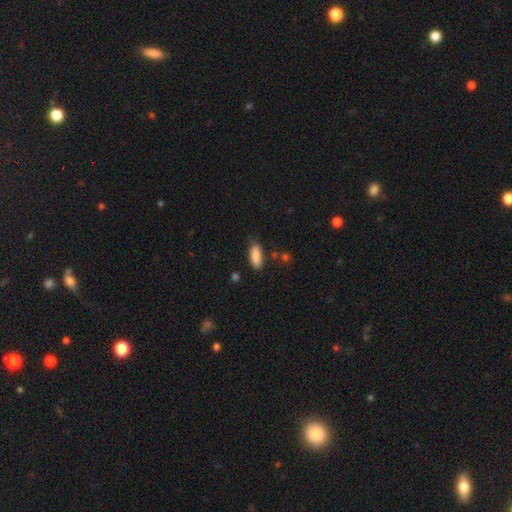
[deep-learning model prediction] A smooth galaxy with no disk features (87%) that is in between round and cigar-shaped (73%).

Vote fractions:
- Smooth or featured? smooth: 87% / star or artifact: 7% / featured or disk: 6%
- How rounded? in between: 73% / cigar-shaped: 25% / round: 2%
- Merging? none: 75% / minor disturbance: 19% / major disturbance: 4% / merger: 3%